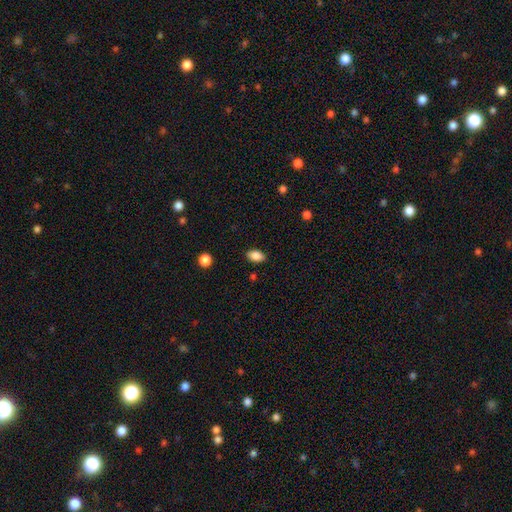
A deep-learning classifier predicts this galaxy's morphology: smooth_or_featured: smooth (p=0.87) [alt: star or artifact p=0.09]
how_rounded: in between (p=0.88) [alt: round p=0.10]
merging: none (p=0.86) [alt: minor disturbance p=0.10]